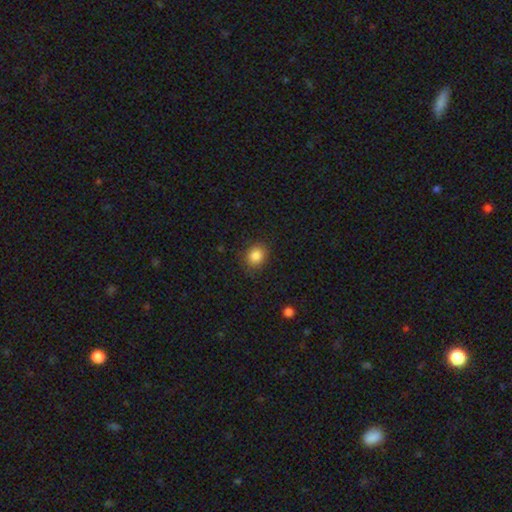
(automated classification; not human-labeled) This is clearly a smooth galaxy (85%). How rounded: likely round (66%). Merging: clearly none (85%).